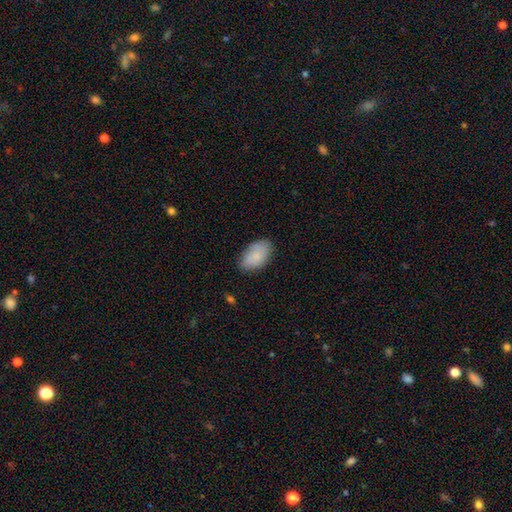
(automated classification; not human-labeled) This is clearly a smooth galaxy (82%). How rounded: clearly in between (93%). Merging: likely none (78%).